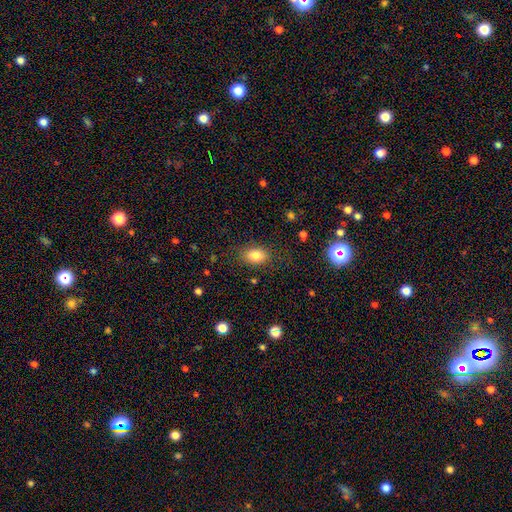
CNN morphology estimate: type=smooth (81%); roundness=in between (84%); merging=none (82%).